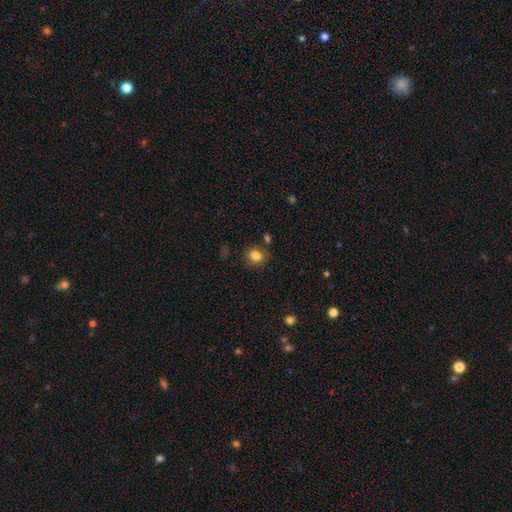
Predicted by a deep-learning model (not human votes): Smooth or featured? Predicted: smooth (p=0.83). How rounded? Predicted: round (p=0.67). Merging? Predicted: none (p=0.82).